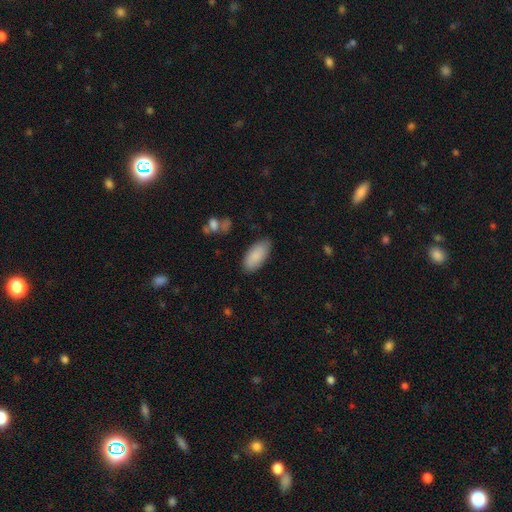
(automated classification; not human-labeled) Q: Smooth or featured?
A: smooth (88%); runner-up: featured or disk (7%)
Q: How rounded?
A: in between (90%); runner-up: cigar-shaped (8%)
Q: Merging?
A: none (82%); runner-up: minor disturbance (14%)